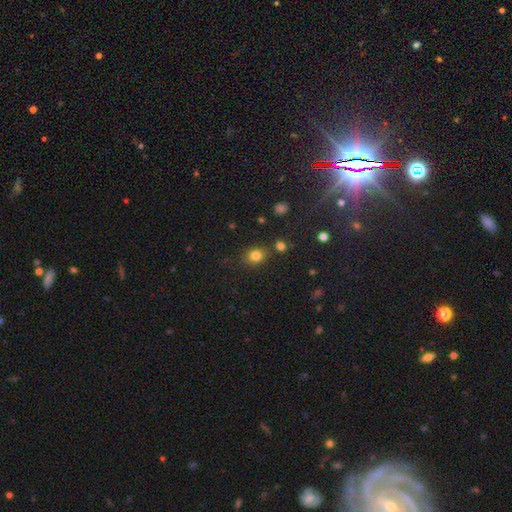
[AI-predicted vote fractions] Smooth or featured? smooth (80%)
How rounded? round (60%)
Merging? none (79%)